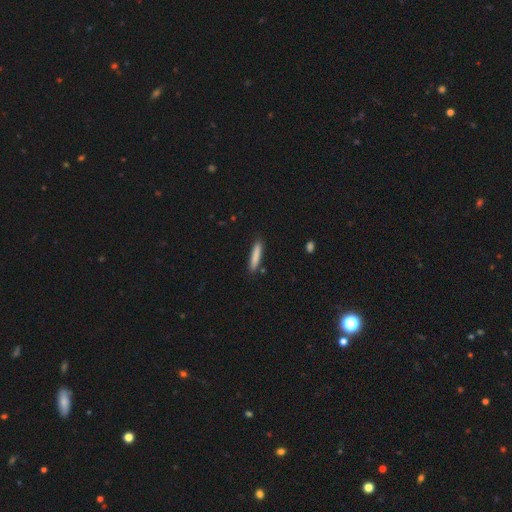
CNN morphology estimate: Smooth or featured? Predicted: smooth (p=0.84). How rounded? Predicted: cigar-shaped (p=0.89). Merging? Predicted: none (p=0.87).